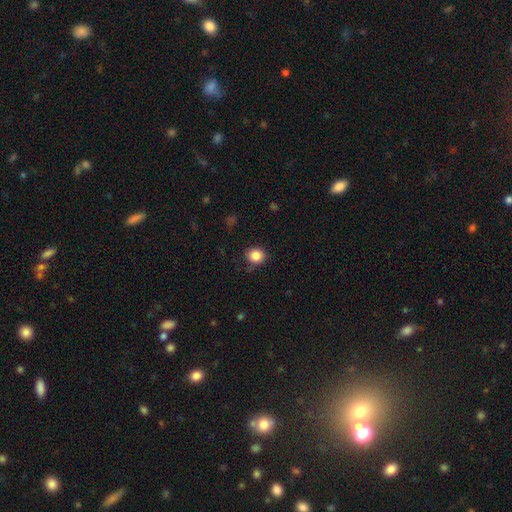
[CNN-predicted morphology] A smooth galaxy with no disk features (84%) that is round (79%). Merging: none (82%).